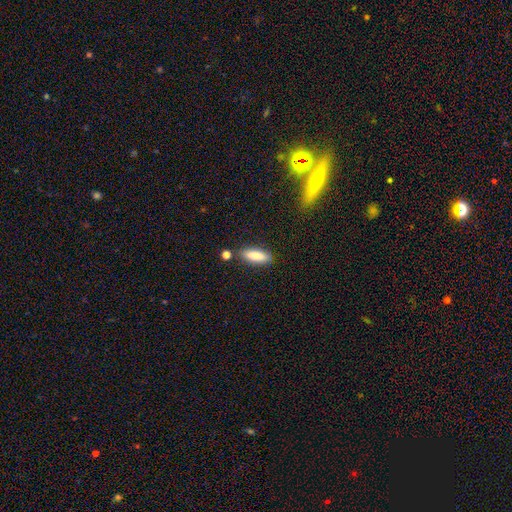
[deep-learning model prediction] Smooth or featured? smooth (85%)
How rounded? in between (59%)
Merging? none (81%)